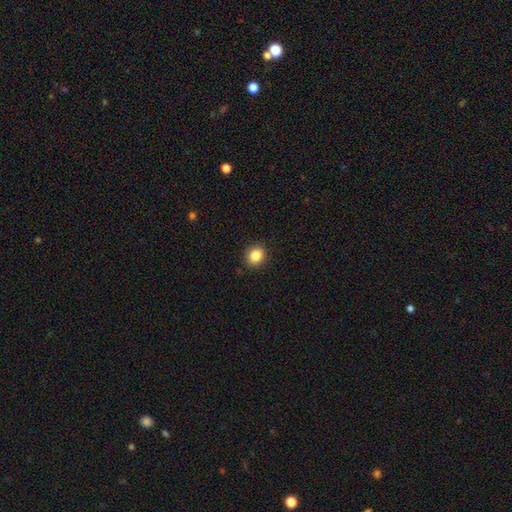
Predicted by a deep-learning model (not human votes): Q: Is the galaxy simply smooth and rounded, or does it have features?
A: smooth — 84%.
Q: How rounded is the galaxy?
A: round — 70%.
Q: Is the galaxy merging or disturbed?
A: none — 90%.